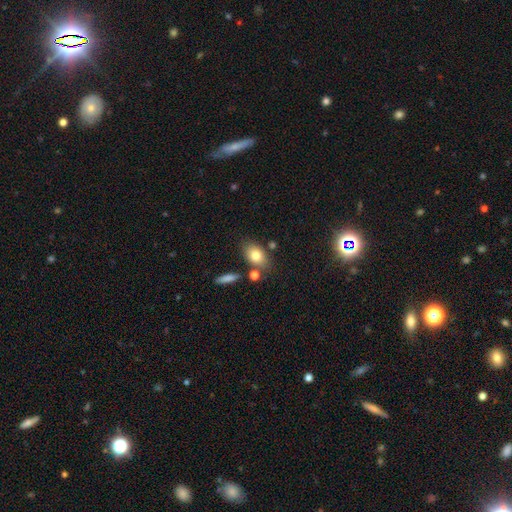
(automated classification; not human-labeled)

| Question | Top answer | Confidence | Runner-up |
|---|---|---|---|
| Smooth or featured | smooth | 78% | featured or disk (14%) |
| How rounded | in between | 80% | round (18%) |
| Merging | none | 71% | minor disturbance (13%) |